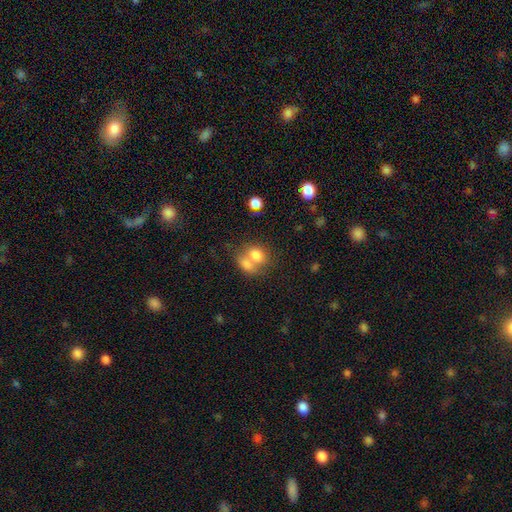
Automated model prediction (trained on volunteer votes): Smooth or featured? smooth (76%)
How rounded? in between (56%)
Merging? merger (62%)